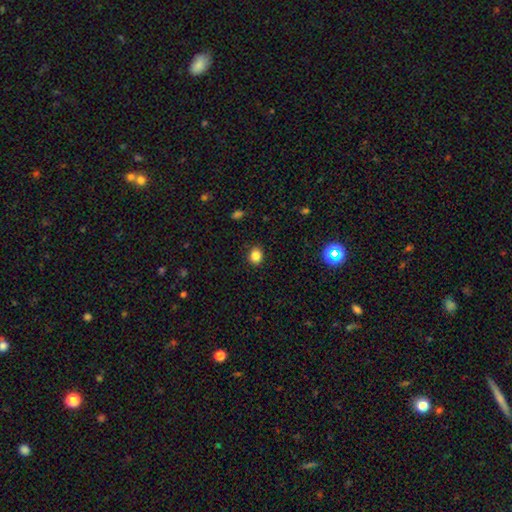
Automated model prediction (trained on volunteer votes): Morphology: type=smooth (84%); roundness=round (72%); merging=none (90%).